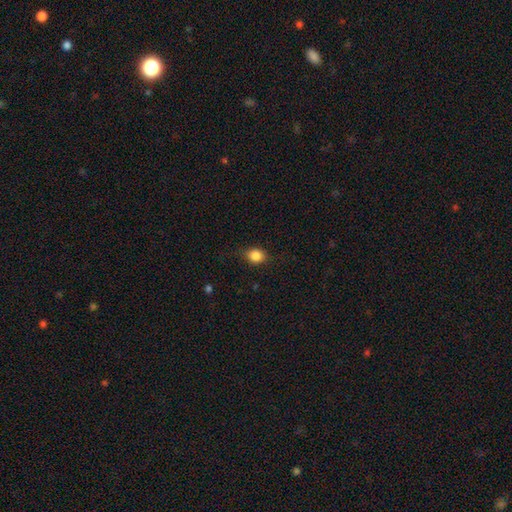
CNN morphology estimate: Smooth or featured: smooth — 85% (star or artifact — 10%)
How rounded: round — 53% (in between — 45%)
Merging: none — 79% (minor disturbance — 16%)